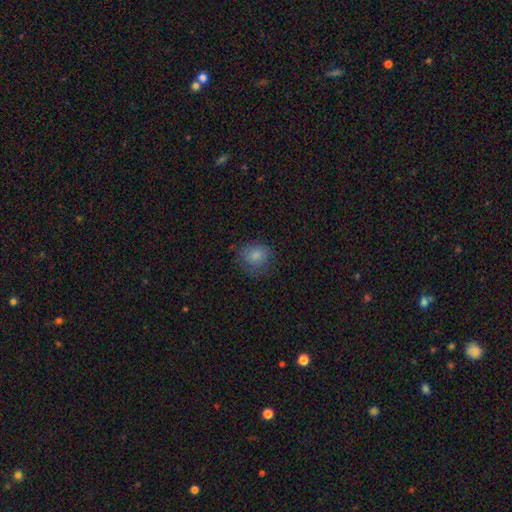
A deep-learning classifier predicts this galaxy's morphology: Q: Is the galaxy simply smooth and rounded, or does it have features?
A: smooth — 81%.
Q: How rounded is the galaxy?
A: round — 68%.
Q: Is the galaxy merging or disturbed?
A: none — 72%.